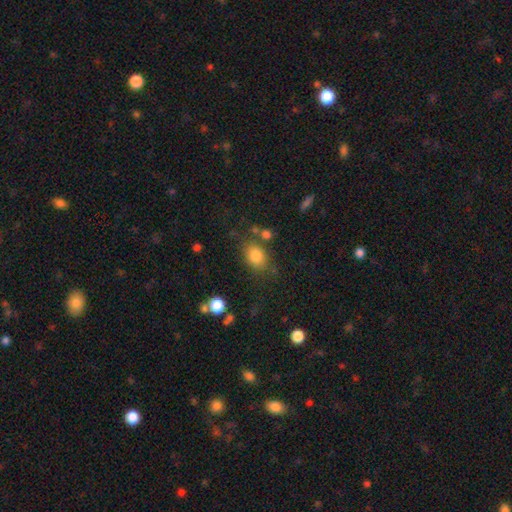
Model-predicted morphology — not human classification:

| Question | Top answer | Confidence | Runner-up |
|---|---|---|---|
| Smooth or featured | smooth | 82% | star or artifact (11%) |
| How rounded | in between | 60% | round (38%) |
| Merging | none | 69% | minor disturbance (17%) |